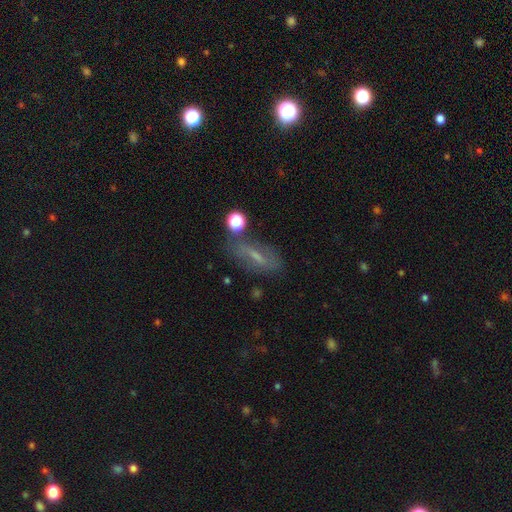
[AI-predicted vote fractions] Q: Smooth or featured?
A: featured or disk (46%); runner-up: smooth (39%)
Q: Merging?
A: none (68%); runner-up: minor disturbance (18%)